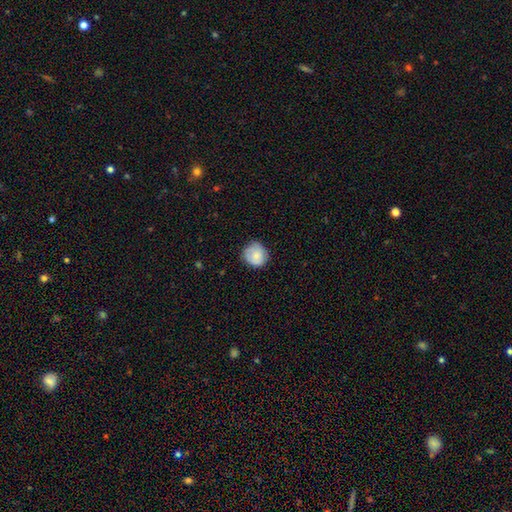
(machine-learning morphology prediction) smooth_or_featured: smooth (p=0.75) [alt: featured or disk p=0.19]
how_rounded: round (p=0.88) [alt: in between p=0.11]
merging: none (p=0.72) [alt: minor disturbance p=0.23]